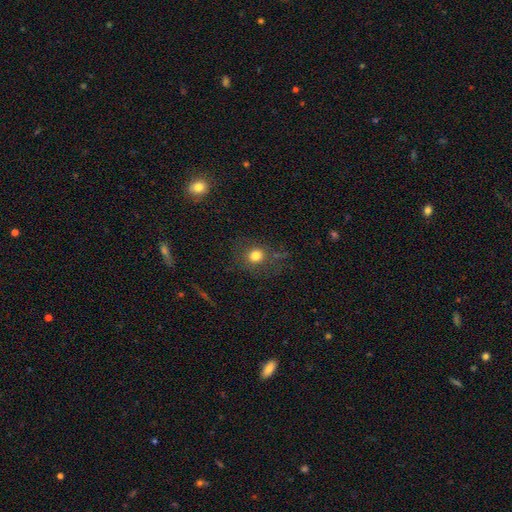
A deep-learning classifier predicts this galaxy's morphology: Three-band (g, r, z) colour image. It shows a smooth galaxy with no disk features (76%) that is round (80%). Merging: none (77%).